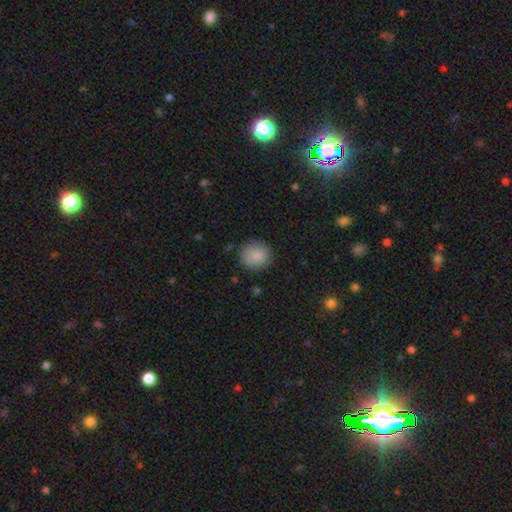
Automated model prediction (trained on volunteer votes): Q: Smooth or featured?
A: smooth (86%); runner-up: star or artifact (8%)
Q: How rounded?
A: round (87%); runner-up: in between (12%)
Q: Merging?
A: none (83%); runner-up: minor disturbance (12%)